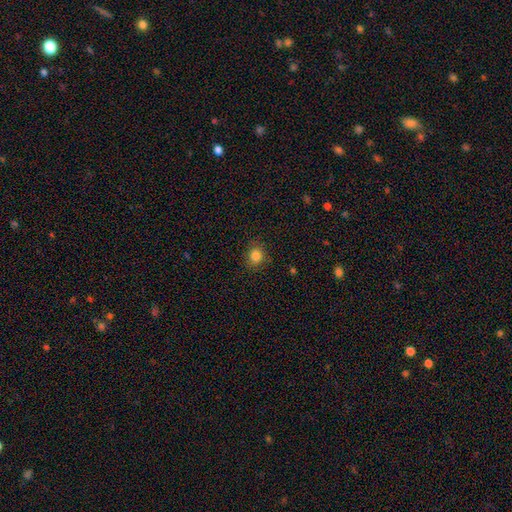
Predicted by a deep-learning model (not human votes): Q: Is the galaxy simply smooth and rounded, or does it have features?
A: smooth — 84%.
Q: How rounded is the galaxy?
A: round — 77%.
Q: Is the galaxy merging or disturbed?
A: none — 87%.